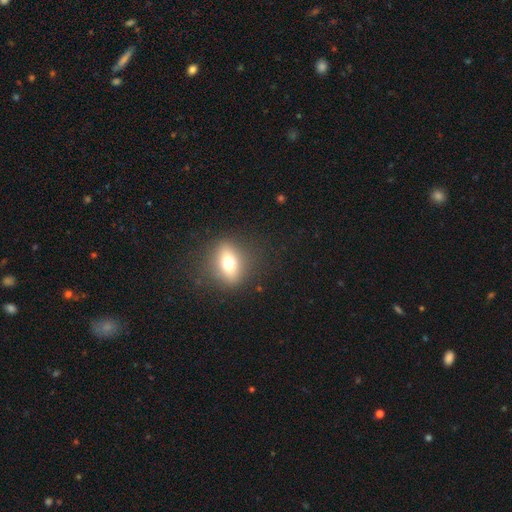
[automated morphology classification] type=smooth (41%); merging=none (87%).